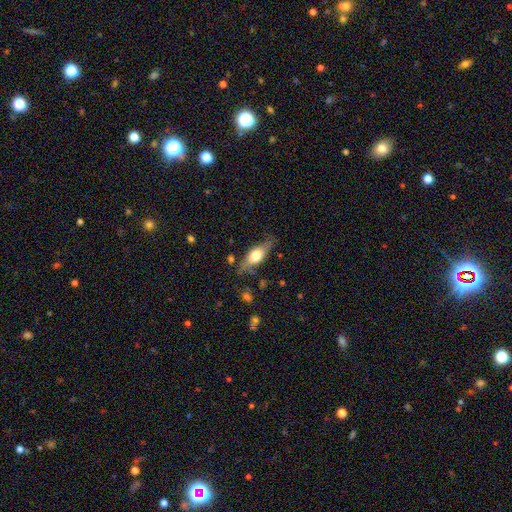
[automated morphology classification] type=smooth (61%); roundness=in between (74%); merging=none (71%).